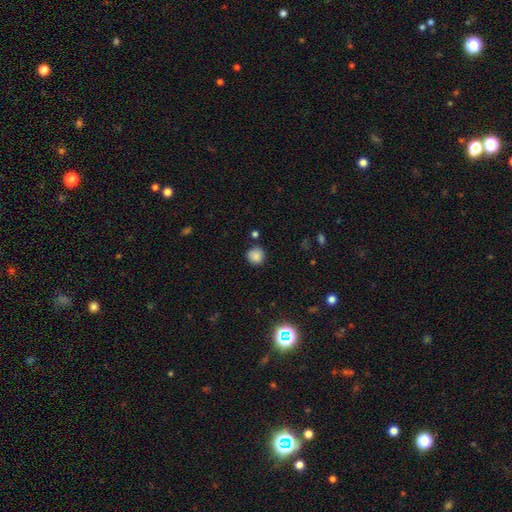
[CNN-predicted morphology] Smooth or featured?
  - smooth: 84% *
  - star or artifact: 12%
  - featured or disk: 4%
How rounded?
  - round: 93% *
  - in between: 6%
  - cigar-shaped: 1%
Merging?
  - none: 85% *
  - minor disturbance: 9%
  - merger: 4%
  - major disturbance: 2%